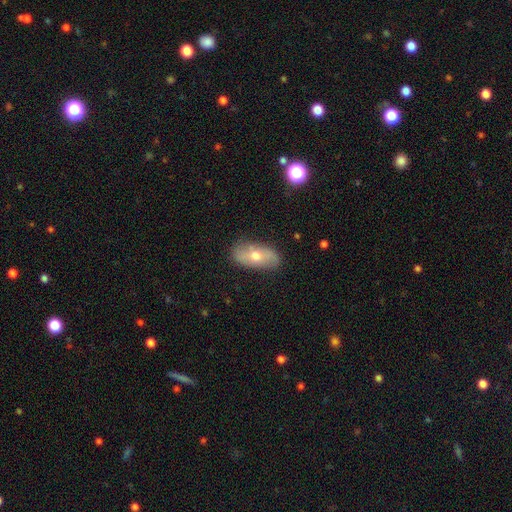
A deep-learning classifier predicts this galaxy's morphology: Smooth or featured: smooth — 47% (featured or disk — 45%)
Merging: none — 81% (minor disturbance — 14%)